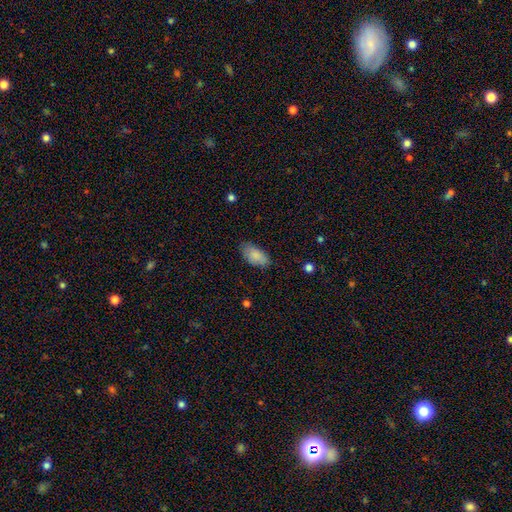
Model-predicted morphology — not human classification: smooth 85%, featured or disk 9%, star or artifact 7%. Down the decision tree: how rounded — in between (93%); merging — none (74%).